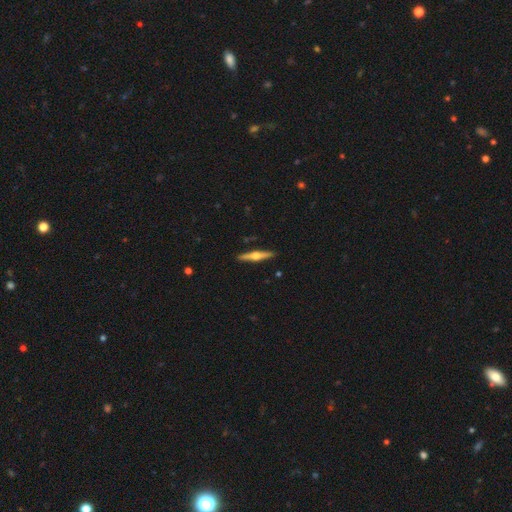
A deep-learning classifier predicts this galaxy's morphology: A featured or disk galaxy (74%) viewed edge-on (98%) with a rounded central bulge (95%).

Vote fractions:
- Smooth or featured? featured or disk: 74% / smooth: 21% / star or artifact: 5%
- Edge-on disk? yes: 98% / no: 2%
- Edge-on bulge? rounded: 95% / boxy: 3% / none: 2%
- Merging? none: 92% / minor disturbance: 6% / major disturbance: 1% / merger: 1%